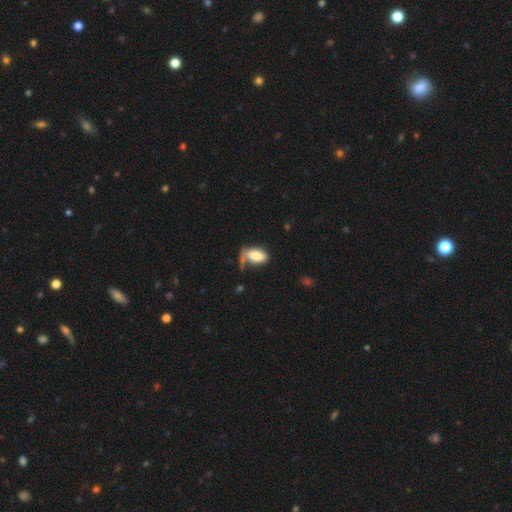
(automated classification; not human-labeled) smooth_or_featured: smooth (p=0.76) [alt: featured or disk p=0.17]
how_rounded: in between (p=0.91) [alt: round p=0.05]
merging: none (p=0.41) [alt: minor disturbance p=0.22]